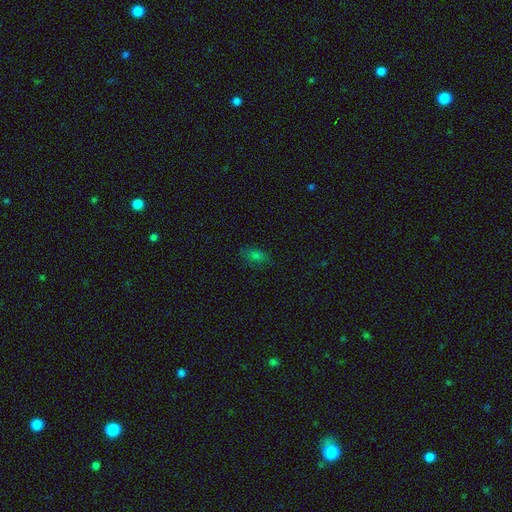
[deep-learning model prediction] Q: Smooth or featured?
A: smooth (65%); runner-up: star or artifact (25%)
Q: How rounded?
A: in between (80%); runner-up: round (16%)
Q: Merging?
A: none (81%); runner-up: minor disturbance (14%)